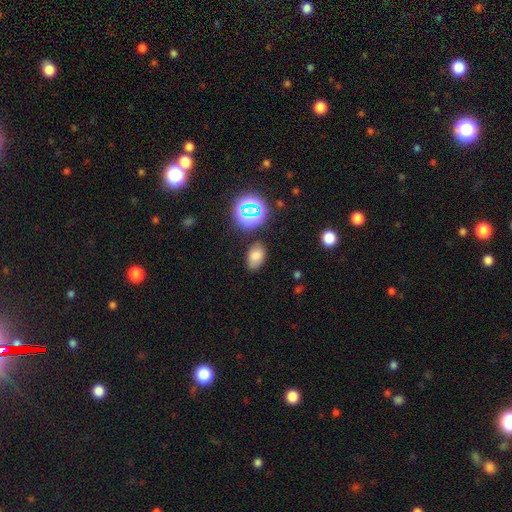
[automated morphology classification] smooth-or-featured: smooth: 73% | star or artifact: 17% | featured or disk: 9%
  how-rounded: in between: 87% | round: 12% | cigar-shaped: 1%
  merging: none: 79% | minor disturbance: 14% | major disturbance: 4% | merger: 3%